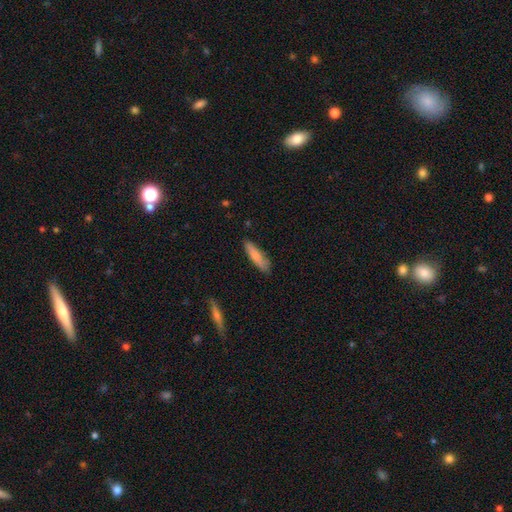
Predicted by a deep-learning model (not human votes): This appears to be a smooth galaxy with no disk features (76%) that is cigar-shaped (75%). Merging: none (82%).